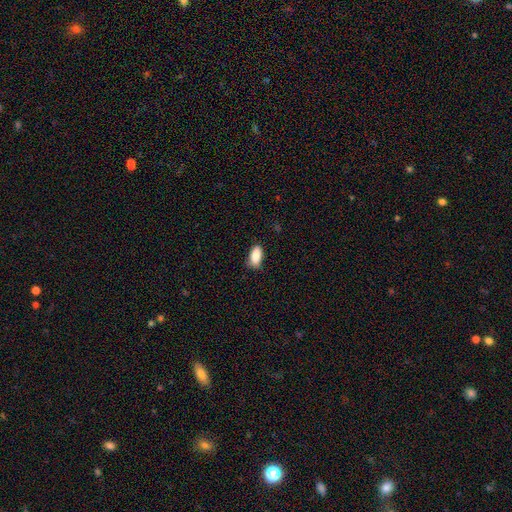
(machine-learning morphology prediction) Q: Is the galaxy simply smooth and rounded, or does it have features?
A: smooth — 88%.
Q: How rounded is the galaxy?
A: in between — 90%.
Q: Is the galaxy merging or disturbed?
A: none — 78%.